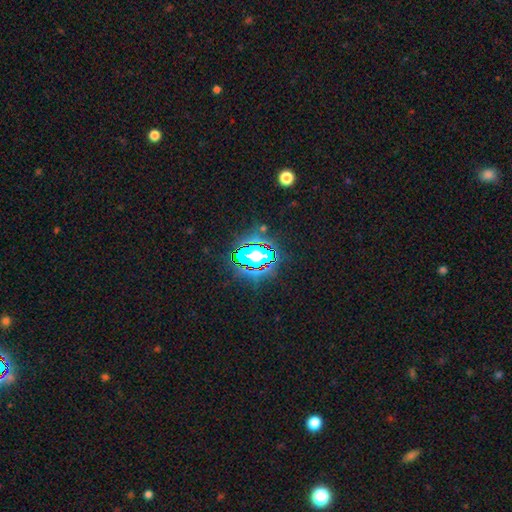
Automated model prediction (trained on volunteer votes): A star or artifact, not a galaxy (82%).